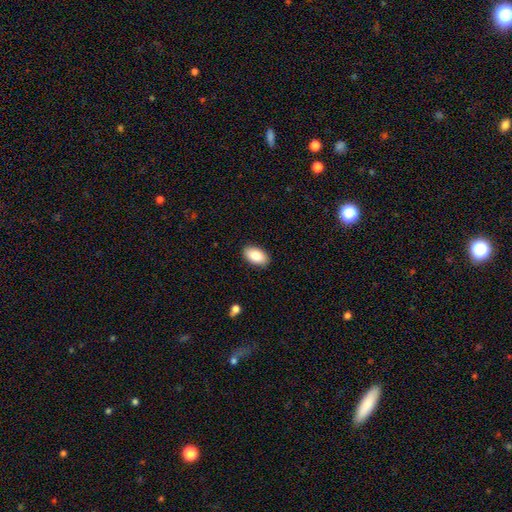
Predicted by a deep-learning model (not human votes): Smooth or featured?
  - smooth: 86% *
  - featured or disk: 7%
  - star or artifact: 7%
How rounded?
  - in between: 94% *
  - round: 5%
  - cigar-shaped: 2%
Merging?
  - none: 88% *
  - minor disturbance: 9%
  - major disturbance: 2%
  - merger: 1%